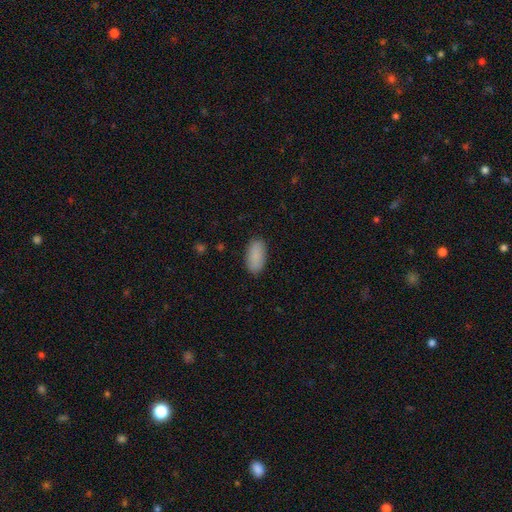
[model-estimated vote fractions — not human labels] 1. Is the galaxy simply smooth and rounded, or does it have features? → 89% smooth, 6% star or artifact, 4% featured or disk.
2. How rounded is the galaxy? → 93% in between, 5% cigar-shaped, 2% round.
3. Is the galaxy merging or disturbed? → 87% none, 10% minor disturbance, 2% major disturbance, 1% merger.